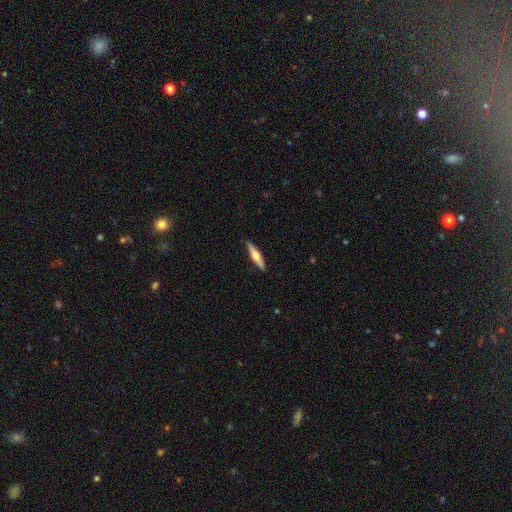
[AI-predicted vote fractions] featured or disk 59%, smooth 36%, star or artifact 5%. Down the decision tree: edge-on disk — yes (96%); edge-on bulge — rounded (93%); merging — none (90%).